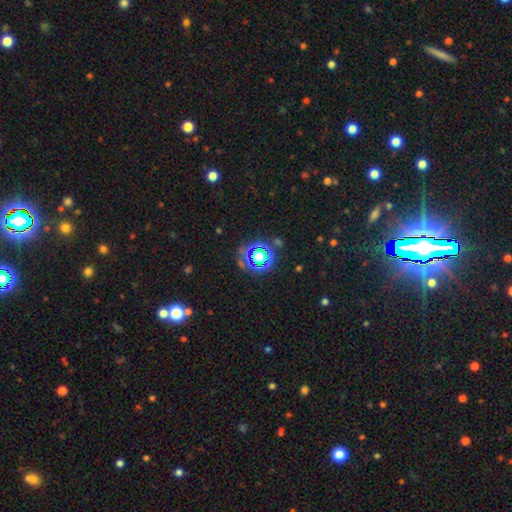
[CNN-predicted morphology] A star or artifact, not a galaxy (77%).